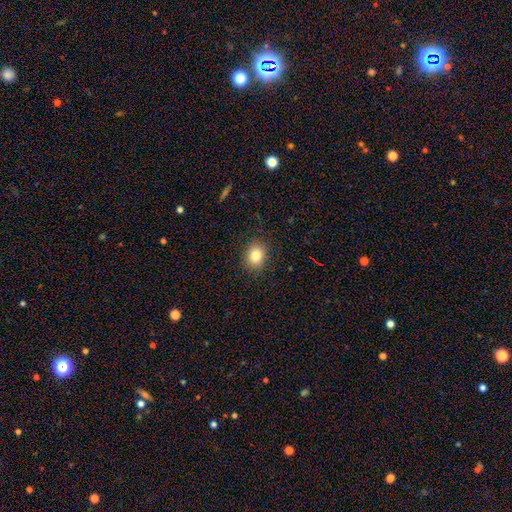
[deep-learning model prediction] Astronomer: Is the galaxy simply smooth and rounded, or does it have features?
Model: smooth — 81%.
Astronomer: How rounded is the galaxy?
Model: round — 58% (runner-up: in between, 41%).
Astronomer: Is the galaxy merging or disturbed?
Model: none — 88%.